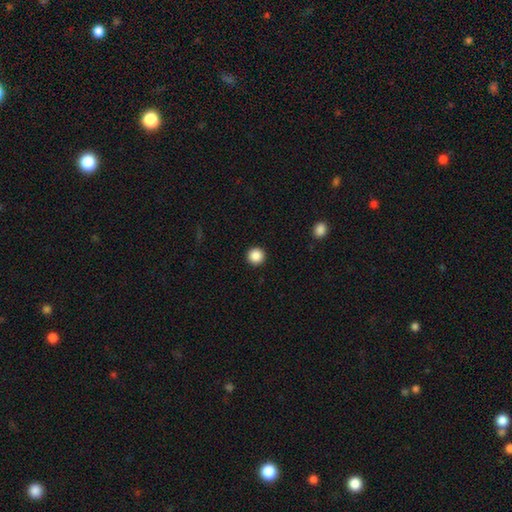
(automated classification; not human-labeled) smooth_or_featured: smooth (p=0.87) [alt: star or artifact p=0.10]
how_rounded: round (p=0.97) [alt: in between p=0.03]
merging: none (p=0.94) [alt: minor disturbance p=0.04]